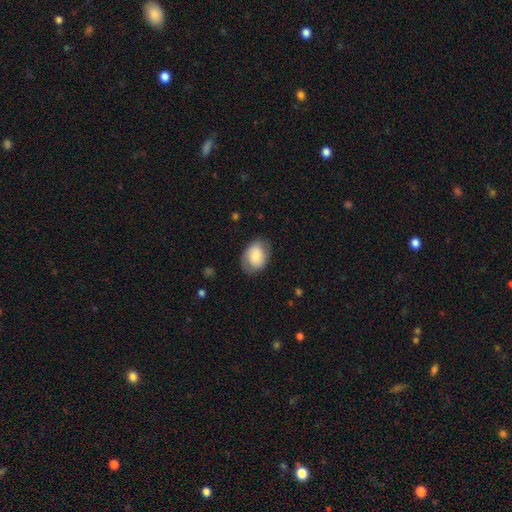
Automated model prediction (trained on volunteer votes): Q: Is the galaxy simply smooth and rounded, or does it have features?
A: smooth — 77%.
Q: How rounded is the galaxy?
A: in between — 76%.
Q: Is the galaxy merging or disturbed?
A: none — 77%.